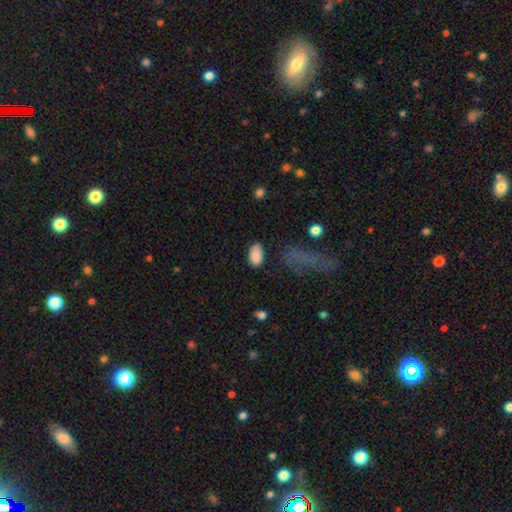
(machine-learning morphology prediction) A smooth galaxy with no disk features (88%) that is in between round and cigar-shaped (93%). Merging: none (74%).